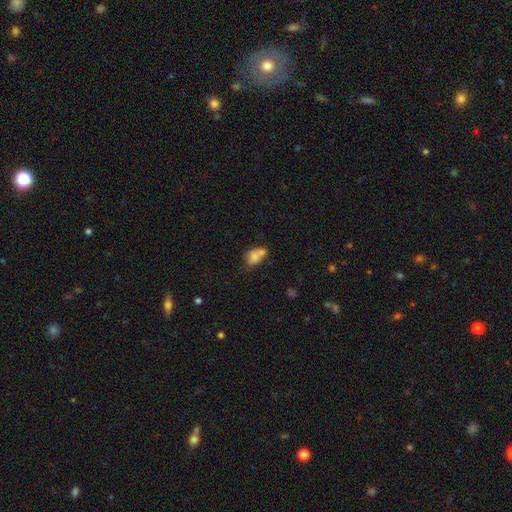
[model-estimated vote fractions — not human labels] smooth 70%, featured or disk 19%, star or artifact 11%. Down the decision tree: how rounded — in between (76%); merging — merger (51%).